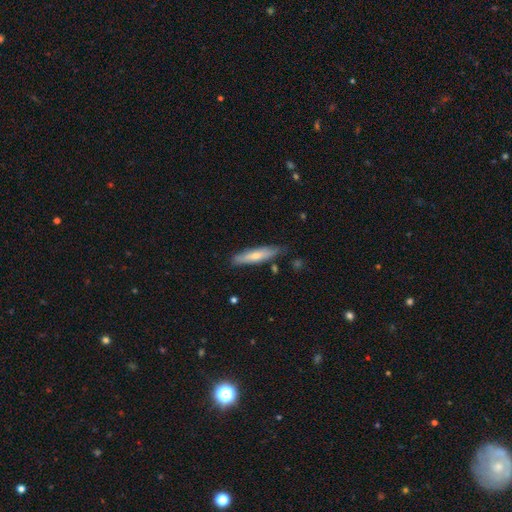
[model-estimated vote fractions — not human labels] A smooth galaxy with no disk features (60%) that is cigar-shaped (78%). Merging: none (80%).